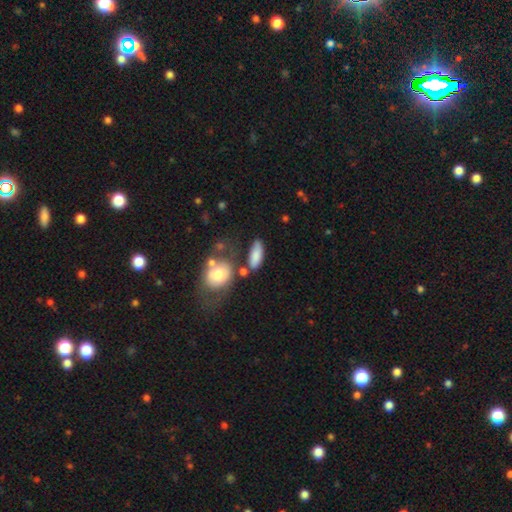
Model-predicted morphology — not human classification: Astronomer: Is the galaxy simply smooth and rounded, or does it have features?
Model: smooth — 80%.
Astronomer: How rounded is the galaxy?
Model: in between — 72%.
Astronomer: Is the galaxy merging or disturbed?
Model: none — 59%.